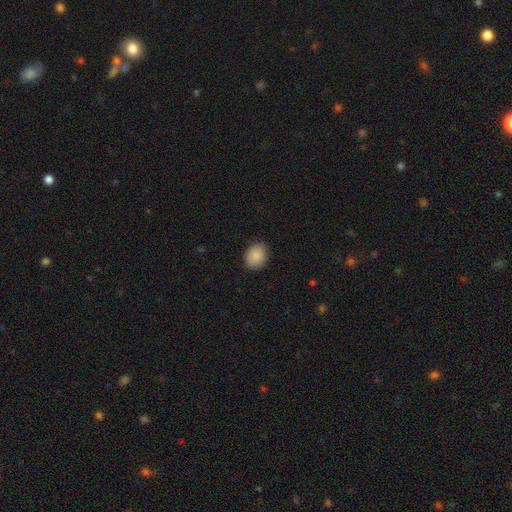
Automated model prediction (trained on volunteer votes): A smooth galaxy with no disk features (88%) that is in between round and cigar-shaped (50%).

Vote fractions:
- Smooth or featured? smooth: 88% / star or artifact: 7% / featured or disk: 5%
- How rounded? in between: 50% / round: 49% / cigar-shaped: 1%
- Merging? none: 85% / minor disturbance: 11% / major disturbance: 2% / merger: 1%